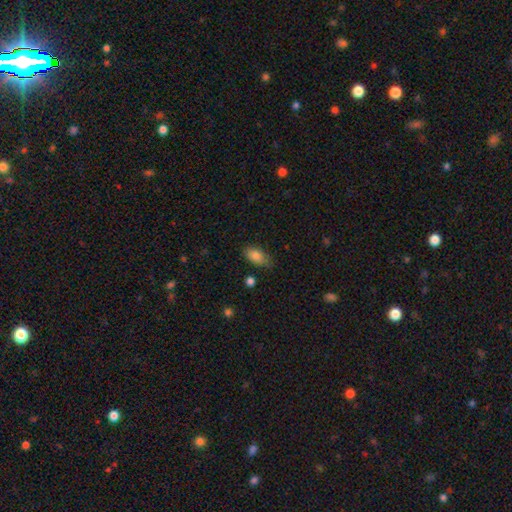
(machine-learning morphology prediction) This is clearly a smooth galaxy (84%). How rounded: clearly in between (90%). Merging: likely none (71%).